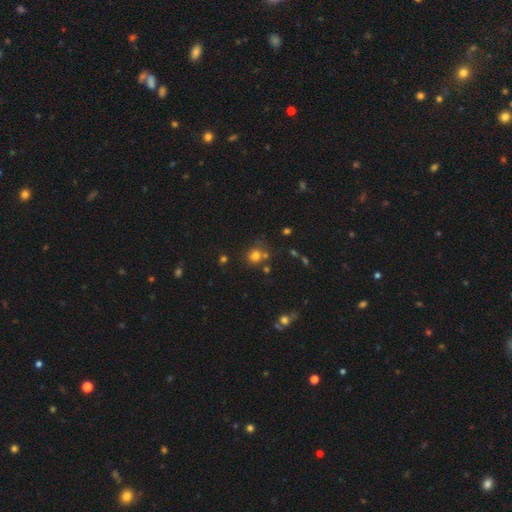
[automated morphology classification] smooth_or_featured: smooth (p=0.74) [alt: star or artifact p=0.18]
how_rounded: round (p=0.85) [alt: in between p=0.14]
merging: none (p=0.66) [alt: merger p=0.17]